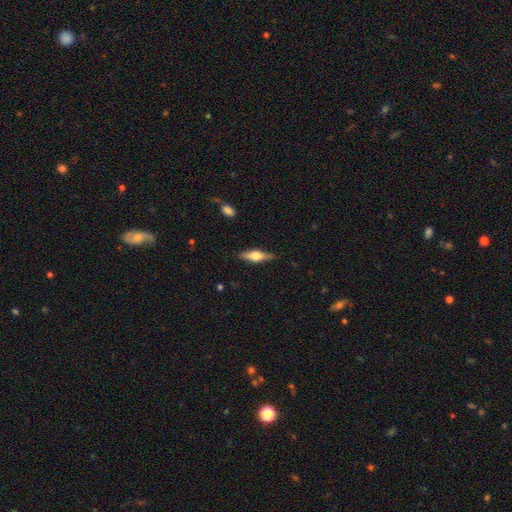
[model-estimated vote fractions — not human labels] Morphology: type=featured or disk (57%); edge-on=yes (94%); edge-on bulge=rounded (91%); merging=none (86%).